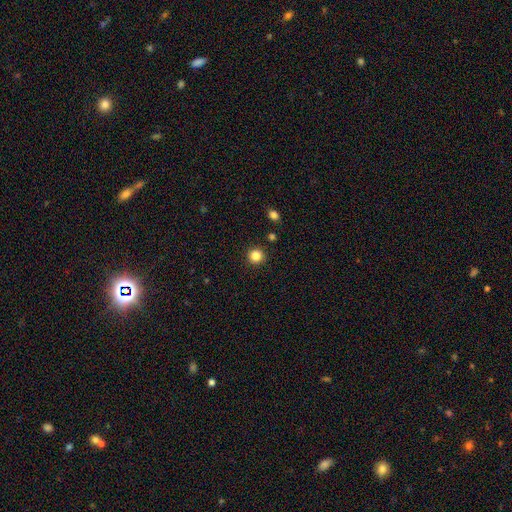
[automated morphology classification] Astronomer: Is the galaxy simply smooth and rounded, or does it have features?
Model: smooth — 84%.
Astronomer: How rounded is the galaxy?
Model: round — 95%.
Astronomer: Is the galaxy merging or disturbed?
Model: none — 92%.